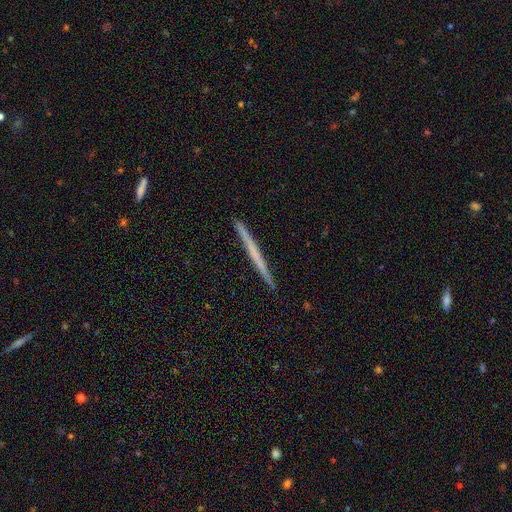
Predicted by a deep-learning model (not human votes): This appears to be a featured or disk galaxy (52%) viewed edge-on (98%) with no central bulge (90%). Merging: none (93%).